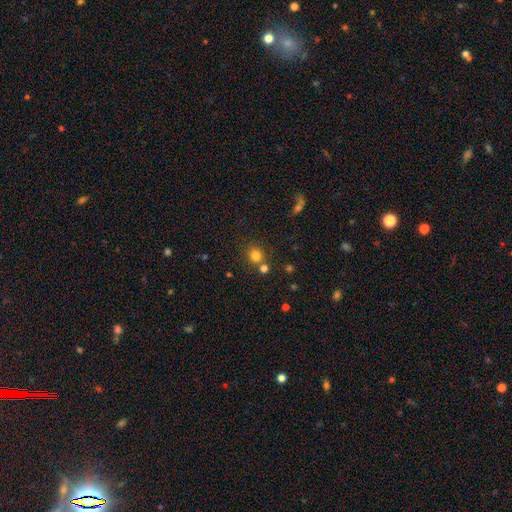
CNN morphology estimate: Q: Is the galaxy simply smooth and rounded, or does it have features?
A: smooth — 79%.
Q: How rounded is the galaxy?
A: round — 83%.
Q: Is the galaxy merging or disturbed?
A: none — 69%.